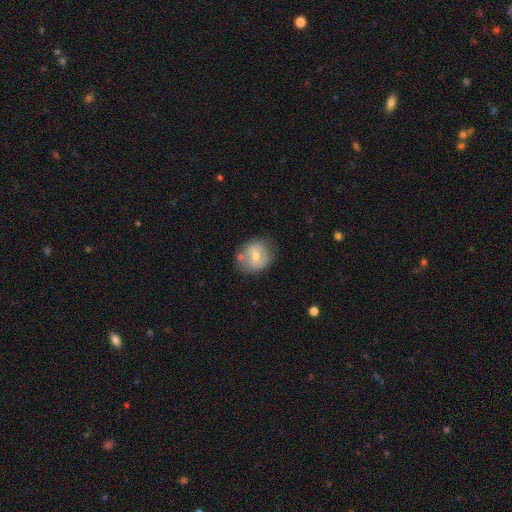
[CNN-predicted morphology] Smooth or featured? Predicted: smooth (p=0.53). How rounded? Predicted: round (p=0.78). Merging? Predicted: none (p=0.65).